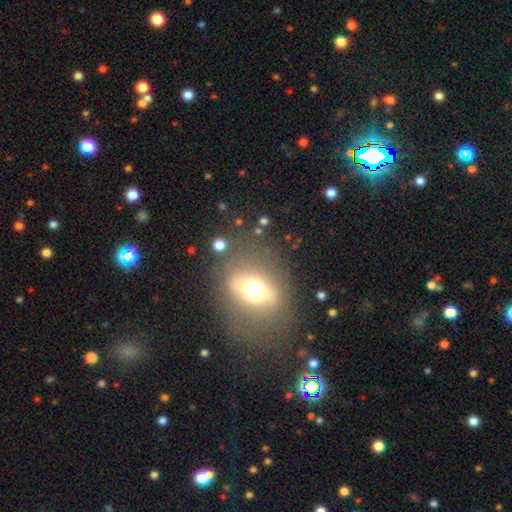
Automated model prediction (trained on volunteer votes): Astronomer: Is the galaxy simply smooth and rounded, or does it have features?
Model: smooth — 47% (runner-up: featured or disk, 31%).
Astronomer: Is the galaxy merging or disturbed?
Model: none — 74%.